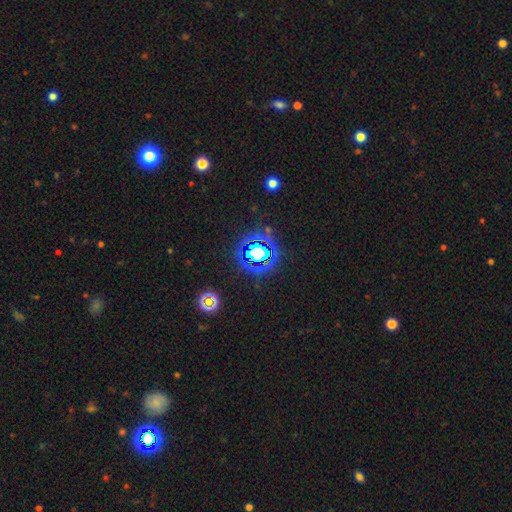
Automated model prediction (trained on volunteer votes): Overall: star or artifact (72%).